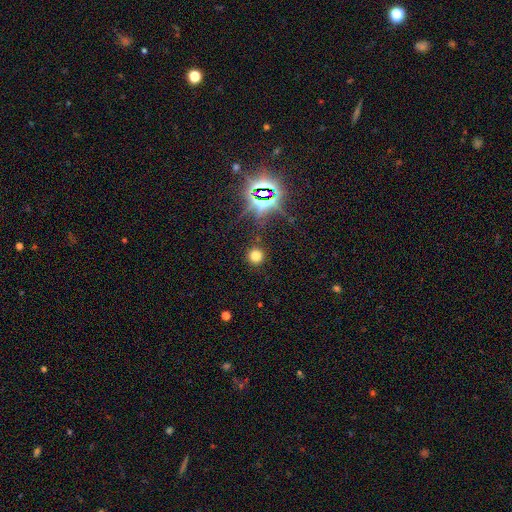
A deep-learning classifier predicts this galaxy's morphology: smooth_or_featured: smooth (p=0.67) [alt: star or artifact p=0.27]
how_rounded: round (p=0.93) [alt: in between p=0.06]
merging: none (p=0.86) [alt: minor disturbance p=0.08]